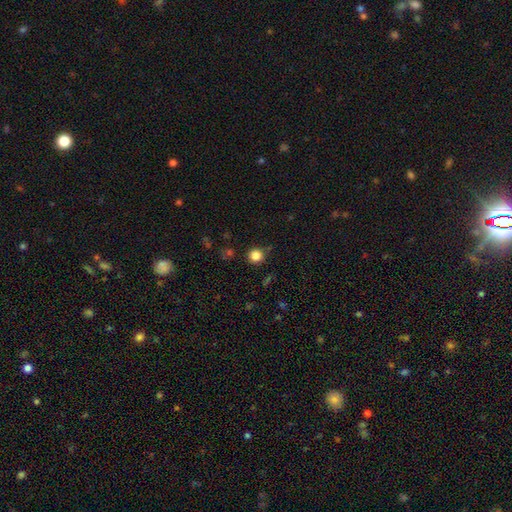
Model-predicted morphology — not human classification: Smooth or featured: smooth — 84% (star or artifact — 12%)
How rounded: round — 91% (in between — 8%)
Merging: none — 82% (minor disturbance — 12%)